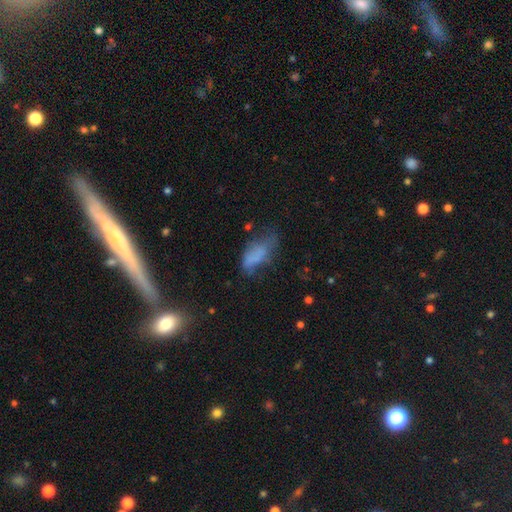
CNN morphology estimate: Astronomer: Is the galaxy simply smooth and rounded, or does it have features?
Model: smooth — 61%.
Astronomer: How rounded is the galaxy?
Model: in between — 85%.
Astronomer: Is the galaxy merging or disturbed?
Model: major disturbance — 33% (runner-up: none, 31%).